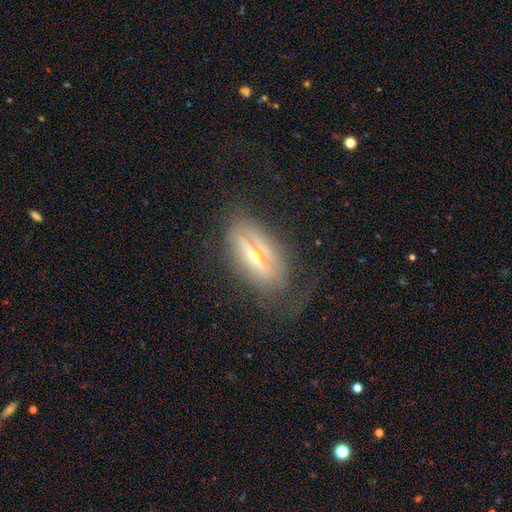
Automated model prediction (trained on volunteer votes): Morphology: type=featured or disk (64%); edge-on=yes (63%); merging=none (60%).